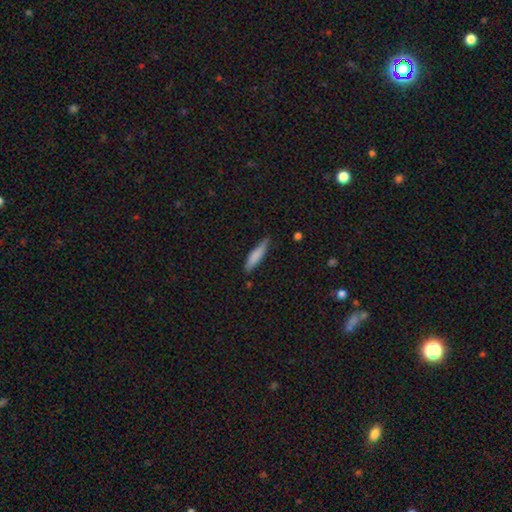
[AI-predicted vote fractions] smooth-or-featured: smooth: 77% | featured or disk: 17% | star or artifact: 6%
  how-rounded: cigar-shaped: 78% | in between: 20% | round: 1%
  merging: none: 72% | minor disturbance: 22% | major disturbance: 3% | merger: 2%